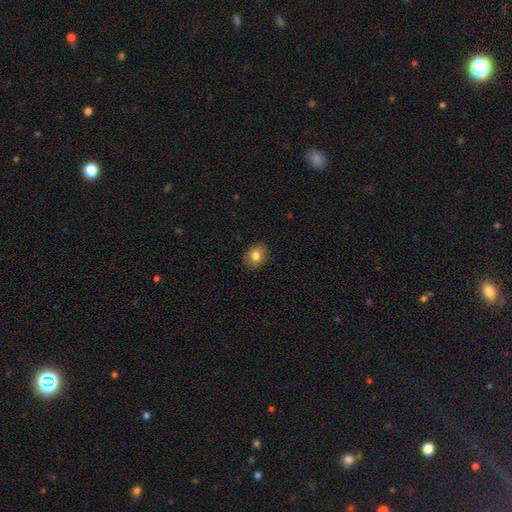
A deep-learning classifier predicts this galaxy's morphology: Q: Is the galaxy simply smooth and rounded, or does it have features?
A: smooth — 81%.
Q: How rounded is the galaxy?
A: in between — 53%.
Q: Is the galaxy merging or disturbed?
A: none — 88%.